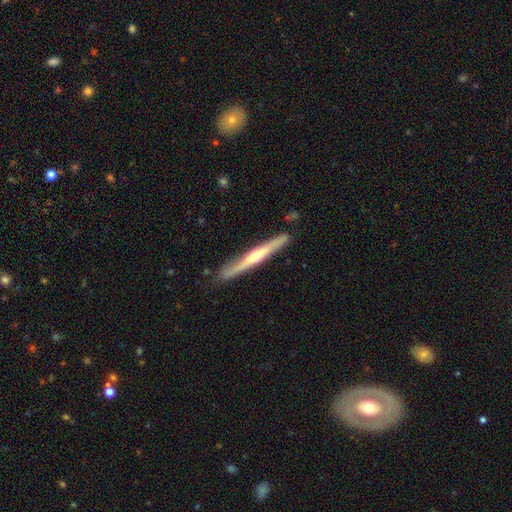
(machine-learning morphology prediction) type=featured or disk (69%); edge-on=yes (95%); edge-on bulge=rounded (78%); merging=none (85%).